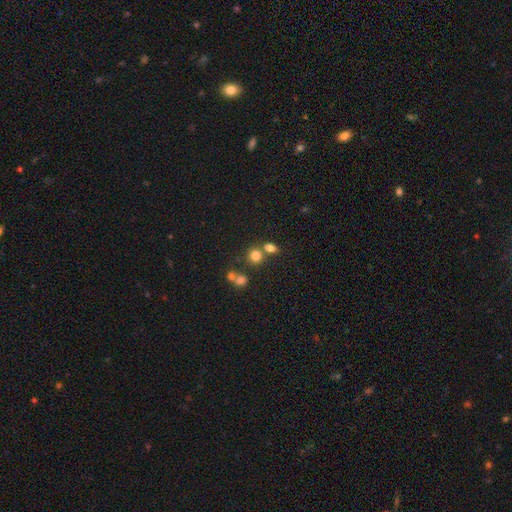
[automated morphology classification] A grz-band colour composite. It shows a smooth galaxy with no disk features (77%) that is round (79%). Merging: none (59%).